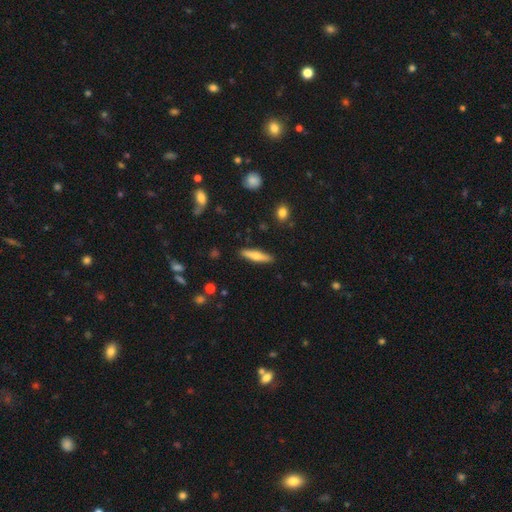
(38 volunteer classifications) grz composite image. It shows a featured or disk galaxy (55%) viewed edge-on (100%) with a rounded central bulge (90%). Merging: none (89%).